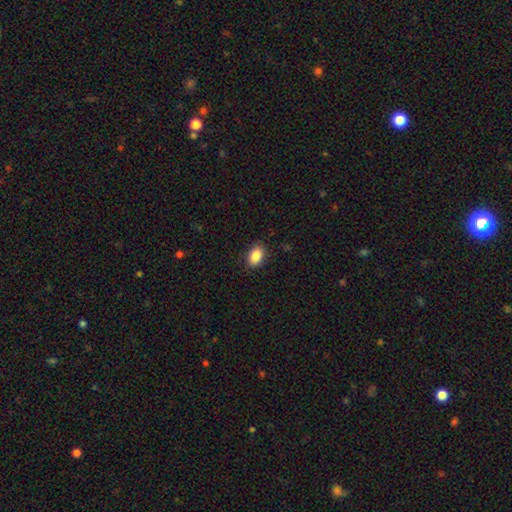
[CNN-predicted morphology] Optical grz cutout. It shows a smooth galaxy with no disk features (88%) that is in between round and cigar-shaped (87%). Merging: none (87%).